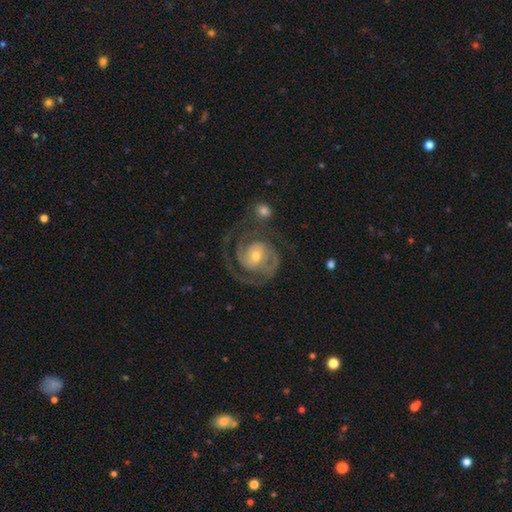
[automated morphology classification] A featured or disk galaxy (88%) with no bar (56%), 2 (65%) tight (57%) spiral arms (97%) and a moderate central bulge (49%). Merging: none (63%).